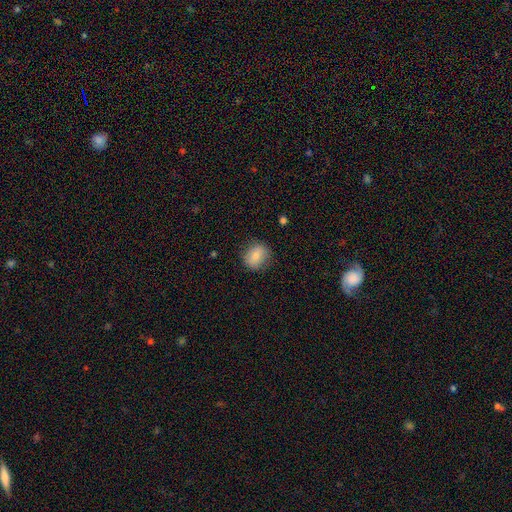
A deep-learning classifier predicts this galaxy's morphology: smooth_or_featured: smooth (p=0.79) [alt: featured or disk p=0.13]
how_rounded: round (p=0.70) [alt: in between p=0.28]
merging: none (p=0.83) [alt: minor disturbance p=0.12]